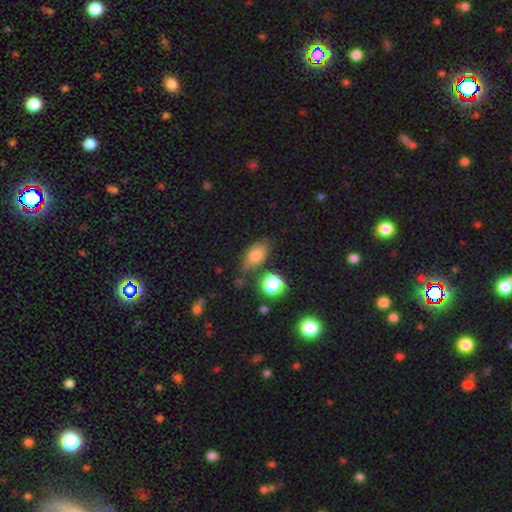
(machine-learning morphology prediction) A smooth galaxy with no disk features (75%) that is in between round and cigar-shaped (85%).

Vote fractions:
- Smooth or featured? smooth: 75% / featured or disk: 14% / star or artifact: 12%
- How rounded? in between: 85% / round: 11% / cigar-shaped: 4%
- Merging? none: 69% / minor disturbance: 18% / merger: 8% / major disturbance: 5%